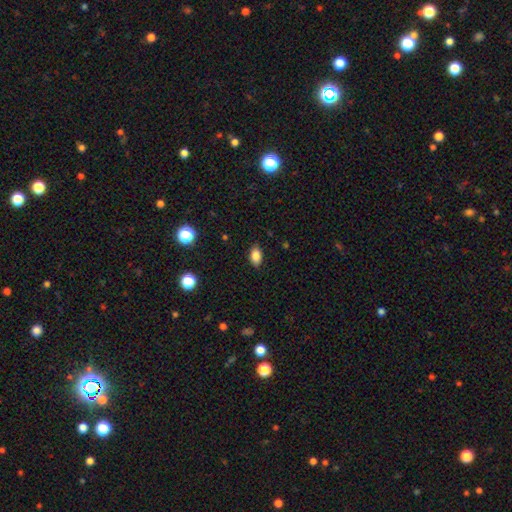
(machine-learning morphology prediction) This is clearly a smooth galaxy (84%). How rounded: clearly in between (88%). Merging: clearly none (87%).